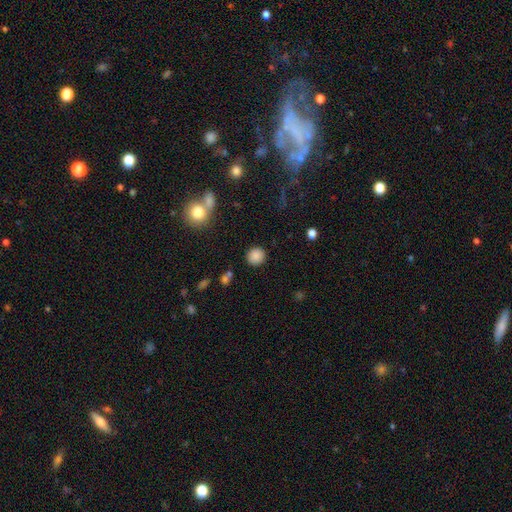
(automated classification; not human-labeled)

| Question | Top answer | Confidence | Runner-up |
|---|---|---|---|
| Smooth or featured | smooth | 85% | star or artifact (11%) |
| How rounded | round | 91% | in between (8%) |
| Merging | none | 89% | minor disturbance (6%) |